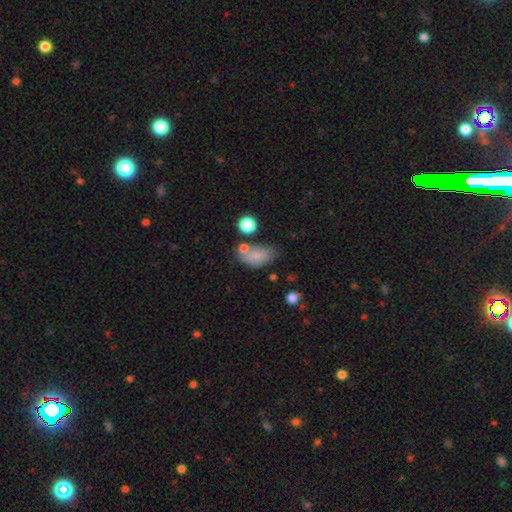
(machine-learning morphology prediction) A smooth galaxy with no disk features (71%) that is in between round and cigar-shaped (88%). Merging: none (42%).